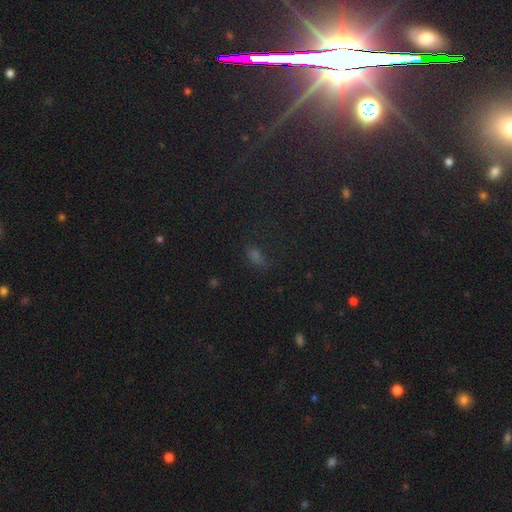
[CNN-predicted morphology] This is possibly a smooth galaxy (46%). Merging: likely none (68%).